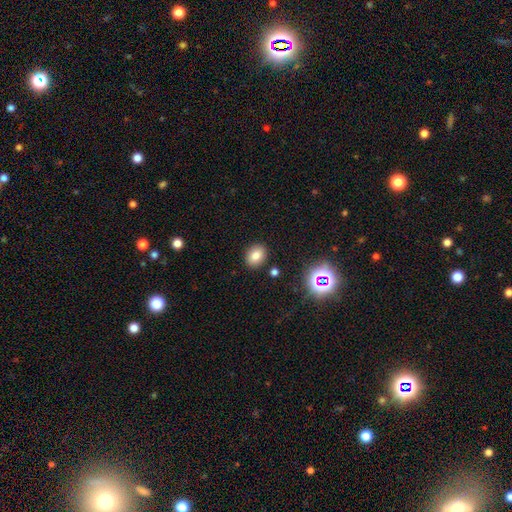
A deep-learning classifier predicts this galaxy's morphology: Smooth or featured? Predicted: smooth (p=0.78). How rounded? Predicted: in between (p=0.58). Merging? Predicted: none (p=0.87).